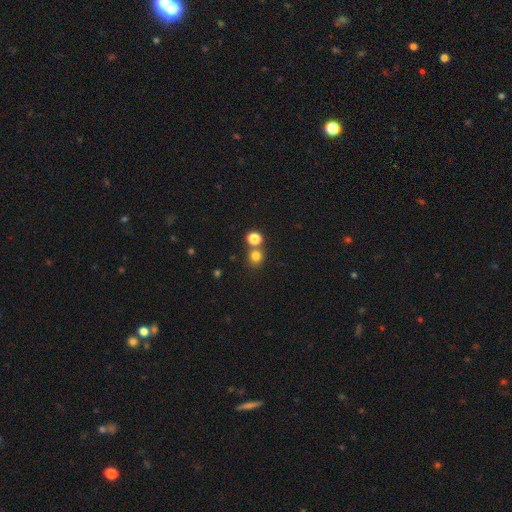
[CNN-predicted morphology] Smooth or featured? smooth (78%)
How rounded? round (83%)
Merging? none (62%)